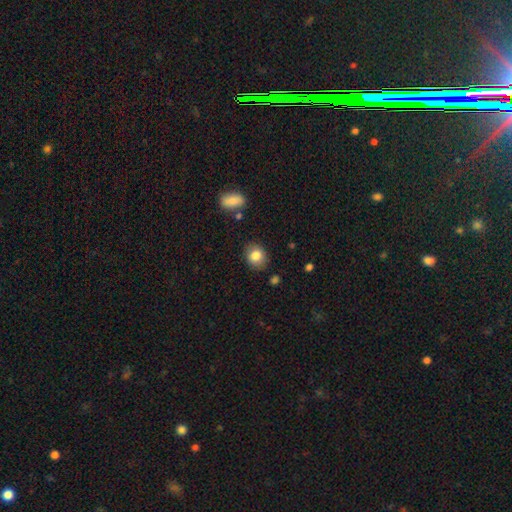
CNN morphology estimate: Smooth or featured? smooth (82%)
How rounded? round (59%)
Merging? none (83%)